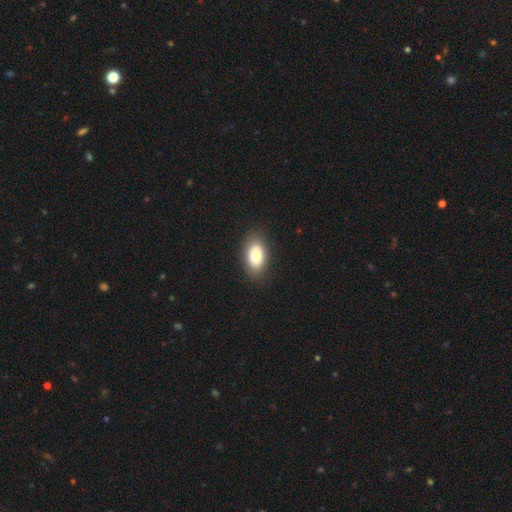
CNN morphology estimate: This is clearly a smooth galaxy (86%). How rounded: clearly in between (92%). Merging: clearly none (85%).